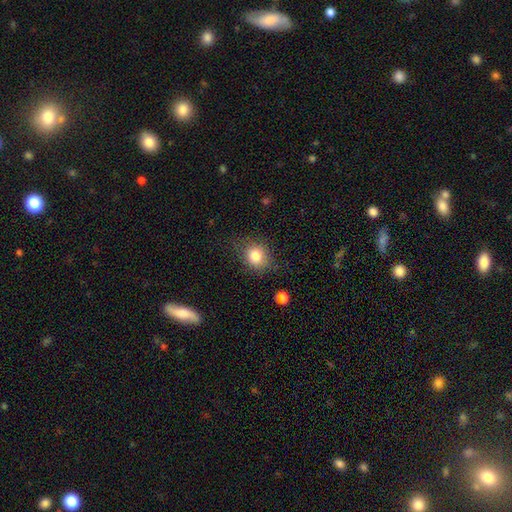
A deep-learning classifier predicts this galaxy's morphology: A smooth galaxy with no disk features (81%) that is round (65%).

Vote fractions:
- Smooth or featured? smooth: 81% / star or artifact: 10% / featured or disk: 8%
- How rounded? round: 65% / in between: 34% / cigar-shaped: 1%
- Merging? none: 74% / minor disturbance: 19% / major disturbance: 6% / merger: 2%